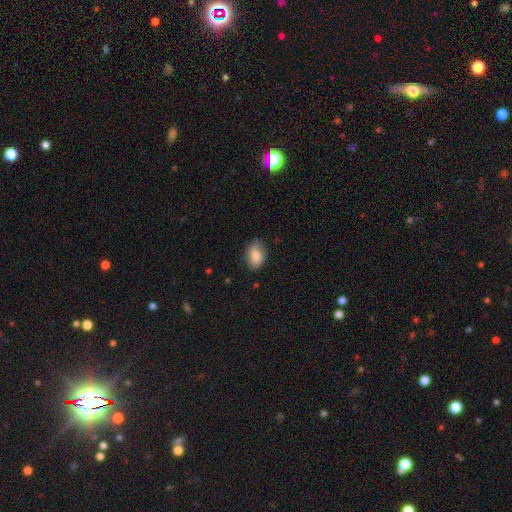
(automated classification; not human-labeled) Overall: smooth (82%). How rounded: in between (86%). Merging: none (76%).